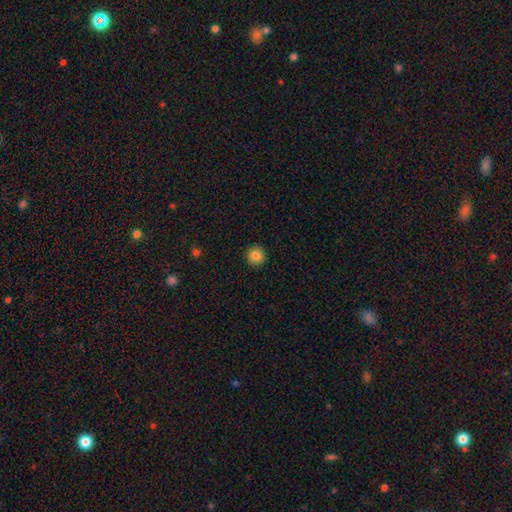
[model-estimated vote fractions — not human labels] smooth 85%, star or artifact 10%, featured or disk 5%. Down the decision tree: how rounded — round (95%); merging — none (93%).